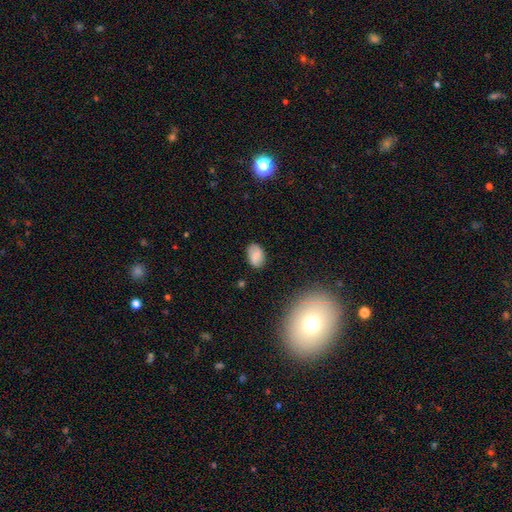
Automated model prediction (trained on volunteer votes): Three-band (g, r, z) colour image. It shows a smooth galaxy with no disk features (75%) that is in between round and cigar-shaped (88%). Merging: none (79%).